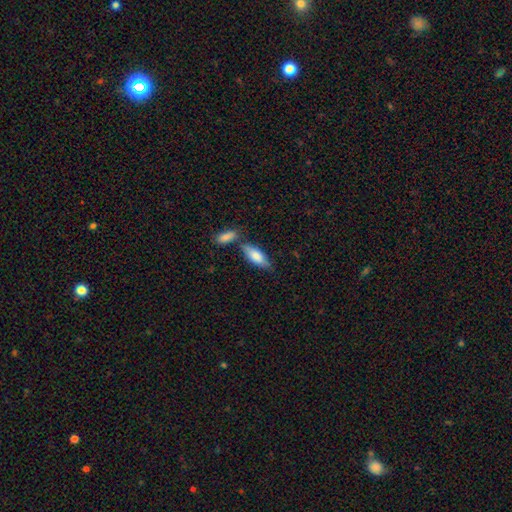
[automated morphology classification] Smooth or featured: smooth — 76% (featured or disk — 18%)
How rounded: in between — 71% (cigar-shaped — 27%)
Merging: none — 59% (merger — 22%)